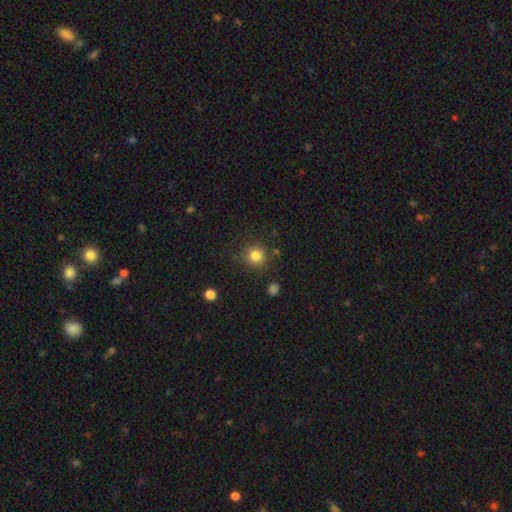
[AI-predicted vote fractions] A smooth galaxy with no disk features (83%) that is round (94%).

Vote fractions:
- Smooth or featured? smooth: 83% / star or artifact: 12% / featured or disk: 5%
- How rounded? round: 94% / in between: 5% / cigar-shaped: 1%
- Merging? none: 85% / minor disturbance: 8% / merger: 3% / major disturbance: 3%